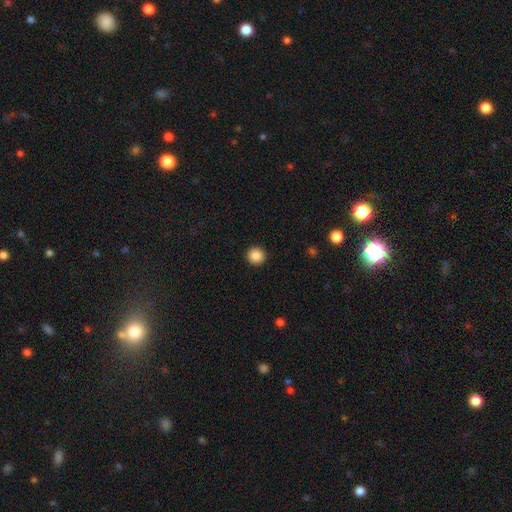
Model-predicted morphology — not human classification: Overall: smooth (87%). How rounded: round (95%). Merging: none (93%).